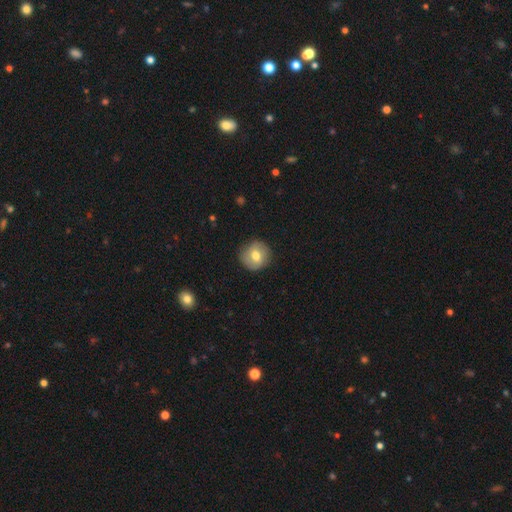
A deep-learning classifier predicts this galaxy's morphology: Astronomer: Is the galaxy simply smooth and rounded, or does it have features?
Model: smooth — 63%.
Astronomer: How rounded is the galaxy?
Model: round — 89%.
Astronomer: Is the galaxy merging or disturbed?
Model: none — 84%.